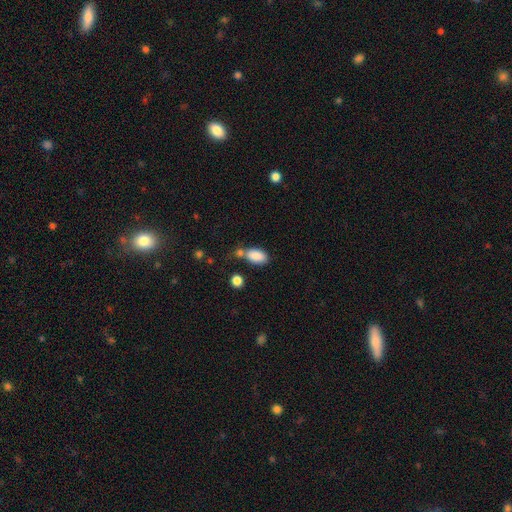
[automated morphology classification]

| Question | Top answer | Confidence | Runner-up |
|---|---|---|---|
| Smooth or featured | smooth | 87% | star or artifact (8%) |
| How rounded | in between | 92% | round (6%) |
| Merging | none | 55% | merger (22%) |